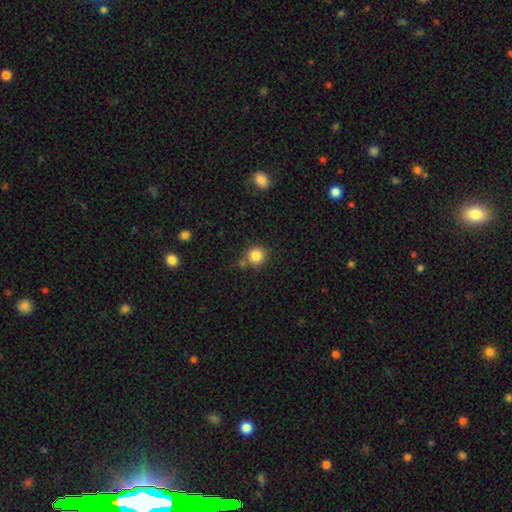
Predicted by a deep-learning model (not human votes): Q: Smooth or featured?
A: smooth (84%); runner-up: star or artifact (11%)
Q: How rounded?
A: round (92%); runner-up: in between (7%)
Q: Merging?
A: none (73%); runner-up: merger (12%)